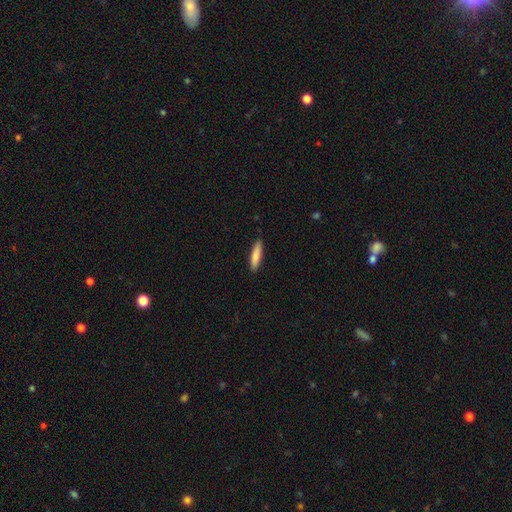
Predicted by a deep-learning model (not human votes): Q: Smooth or featured?
A: smooth (84%); runner-up: featured or disk (11%)
Q: How rounded?
A: cigar-shaped (78%); runner-up: in between (21%)
Q: Merging?
A: none (90%); runner-up: minor disturbance (7%)